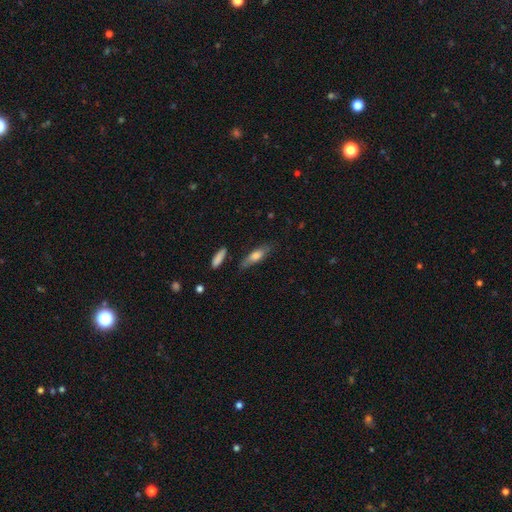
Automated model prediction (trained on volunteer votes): smooth_or_featured: smooth (p=0.69) [alt: featured or disk p=0.24]
how_rounded: cigar-shaped (p=0.54) [alt: in between p=0.44]
merging: none (p=0.71) [alt: minor disturbance p=0.20]